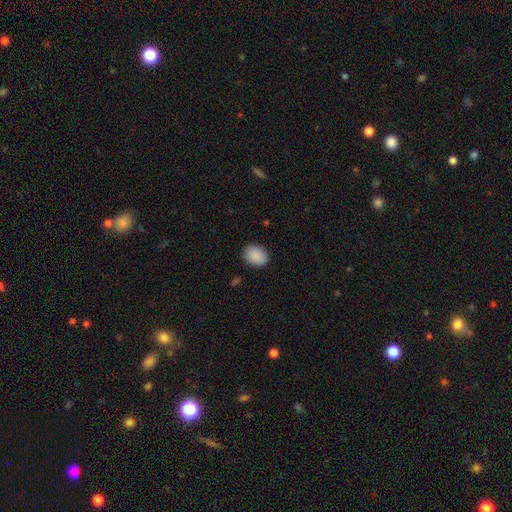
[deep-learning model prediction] This appears to be a smooth galaxy with no disk features (90%) that is in between round and cigar-shaped (62%). Merging: none (87%).